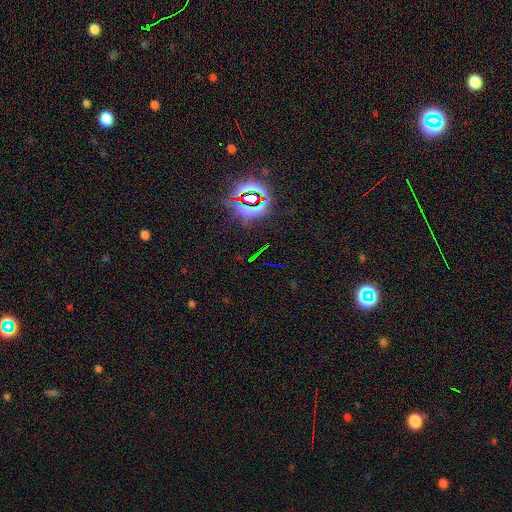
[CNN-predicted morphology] type=star or artifact (75%).